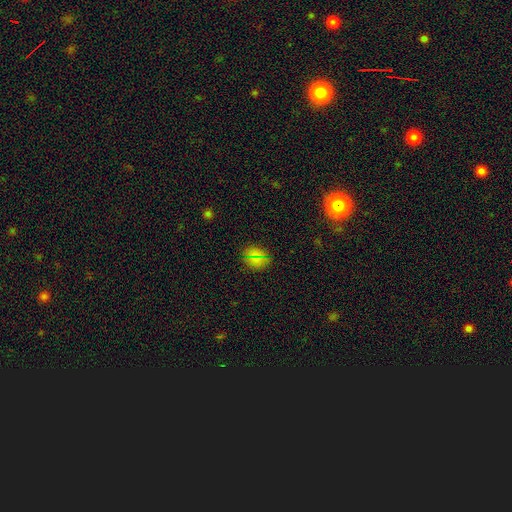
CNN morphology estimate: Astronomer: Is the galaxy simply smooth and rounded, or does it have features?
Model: smooth — 72%.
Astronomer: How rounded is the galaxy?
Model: round — 56% (runner-up: in between, 41%).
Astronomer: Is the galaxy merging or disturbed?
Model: none — 87%.